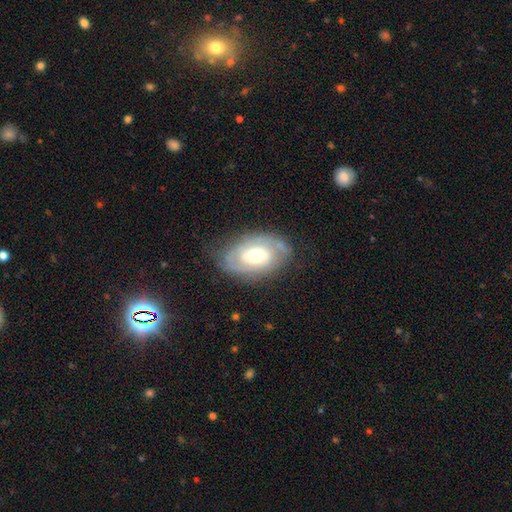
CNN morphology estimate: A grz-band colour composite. It shows a featured or disk galaxy (74%) with no bar (71%), 2 (52%) tight (60%) spiral arms (81%) and a moderate central bulge (72%). Merging: none (72%).